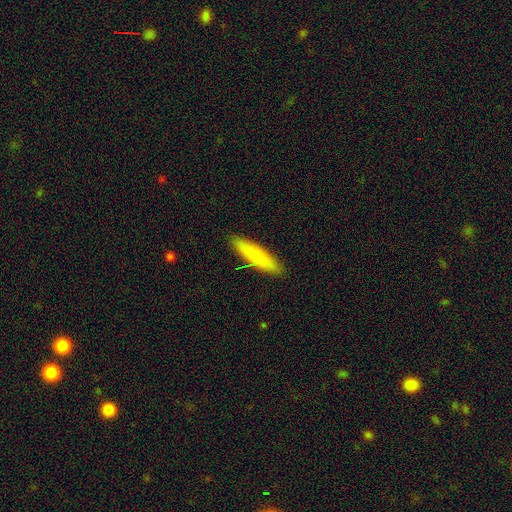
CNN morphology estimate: Overall: smooth (82%). How rounded: cigar-shaped (79%). Merging: none (89%).